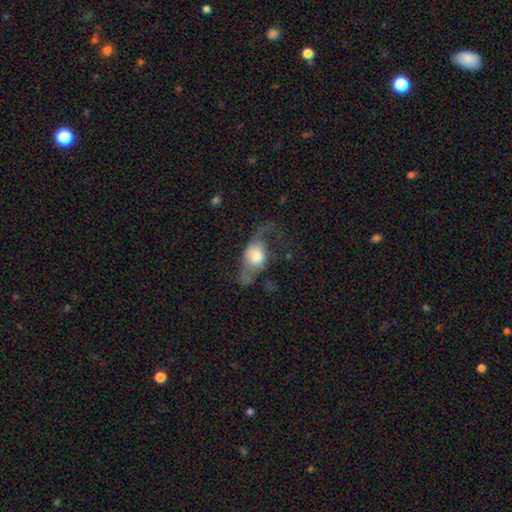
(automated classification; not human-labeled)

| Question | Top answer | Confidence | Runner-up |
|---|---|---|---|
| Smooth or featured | smooth | 47% | featured or disk (46%) |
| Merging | major disturbance | 50% | none (26%) |